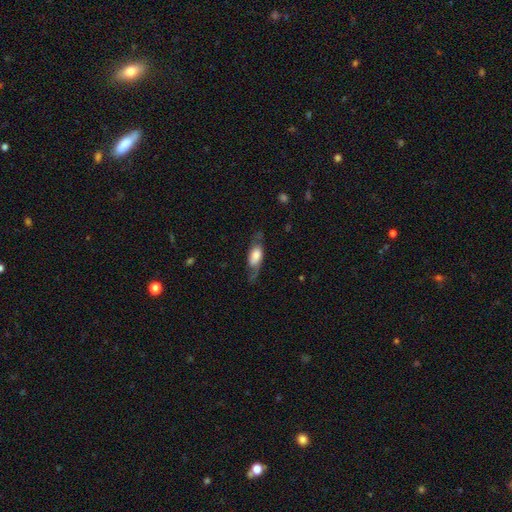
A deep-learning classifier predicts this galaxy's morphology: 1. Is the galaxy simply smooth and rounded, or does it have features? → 50% featured or disk, 43% smooth, 7% star or artifact.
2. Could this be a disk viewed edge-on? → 70% no, 30% yes.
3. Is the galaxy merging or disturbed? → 66% none, 20% minor disturbance, 12% major disturbance, 2% merger.